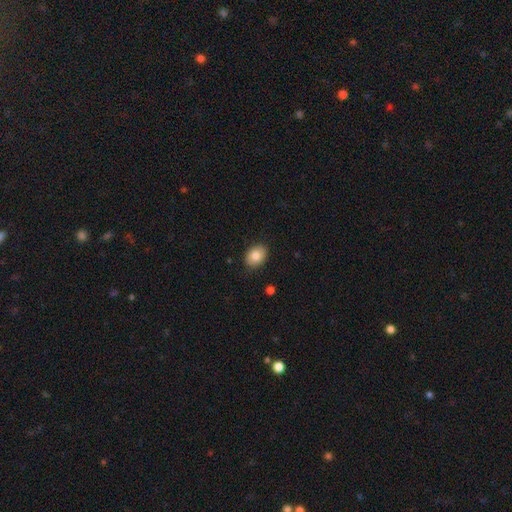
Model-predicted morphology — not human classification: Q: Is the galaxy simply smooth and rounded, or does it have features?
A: smooth — 83%.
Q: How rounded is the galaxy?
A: in between — 66%.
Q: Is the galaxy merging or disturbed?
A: none — 87%.